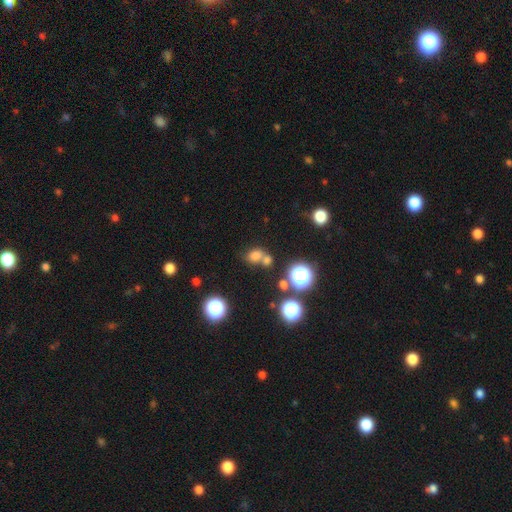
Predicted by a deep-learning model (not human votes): This appears to be a smooth galaxy with no disk features (69%) that is round (52%). Merging: none (45%).